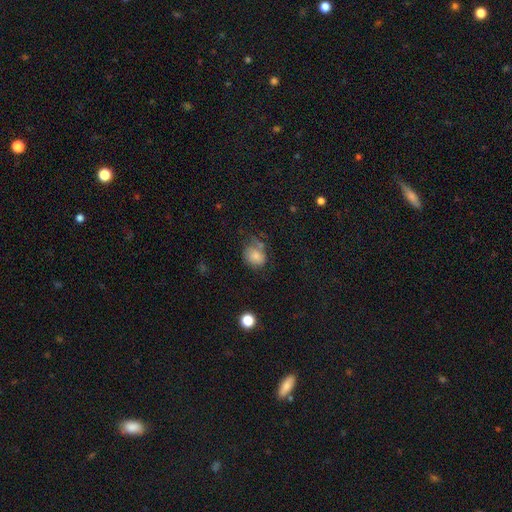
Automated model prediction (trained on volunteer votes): This appears to be a smooth galaxy with no disk features (78%) that is round (58%). Merging: none (50%).